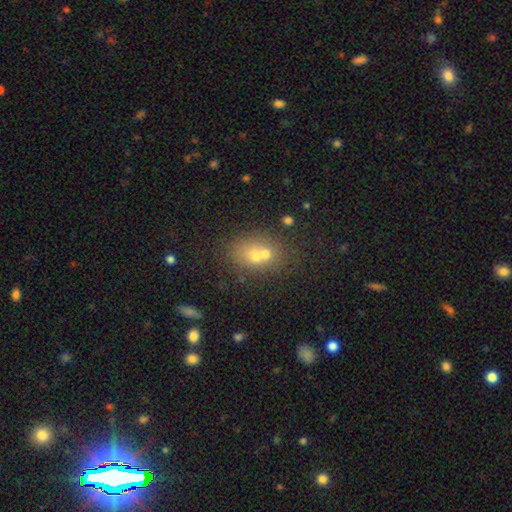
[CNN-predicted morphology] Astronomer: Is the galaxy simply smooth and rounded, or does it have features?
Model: smooth — 61%.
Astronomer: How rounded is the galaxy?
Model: in between — 51% (runner-up: round, 48%).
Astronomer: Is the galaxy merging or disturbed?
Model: merger — 49% (runner-up: none, 38%).